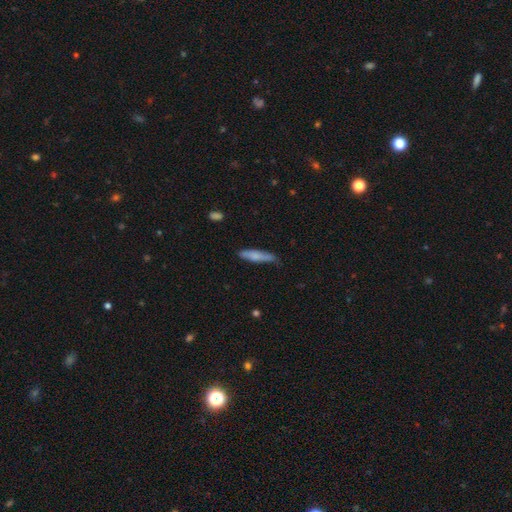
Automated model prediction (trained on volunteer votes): Morphology: type=smooth (75%); roundness=cigar-shaped (81%); merging=none (73%).